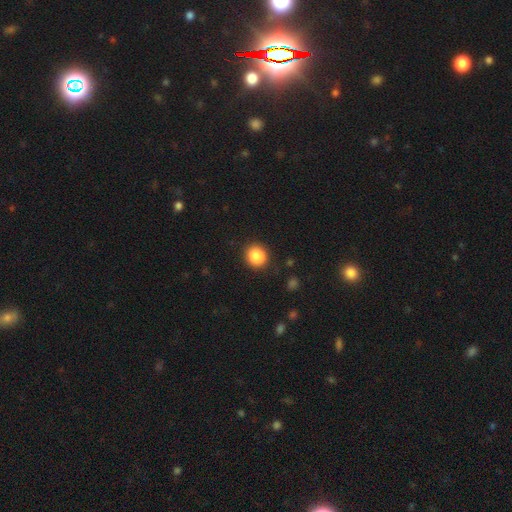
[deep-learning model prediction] Smooth or featured? Predicted: smooth (p=0.86). How rounded? Predicted: round (p=0.87). Merging? Predicted: none (p=0.87).